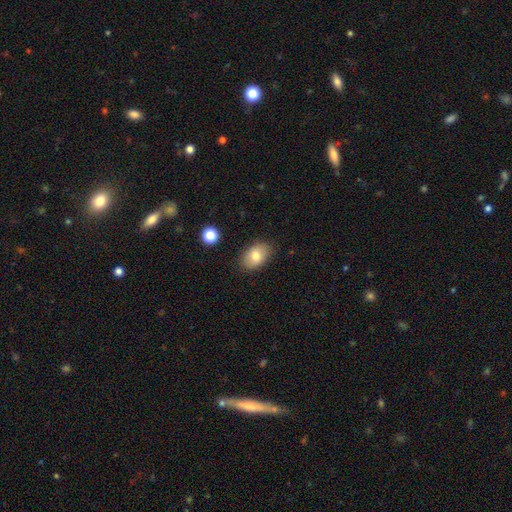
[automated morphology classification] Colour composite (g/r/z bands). It shows a smooth galaxy with no disk features (80%) that is in between round and cigar-shaped (86%). Merging: none (85%).